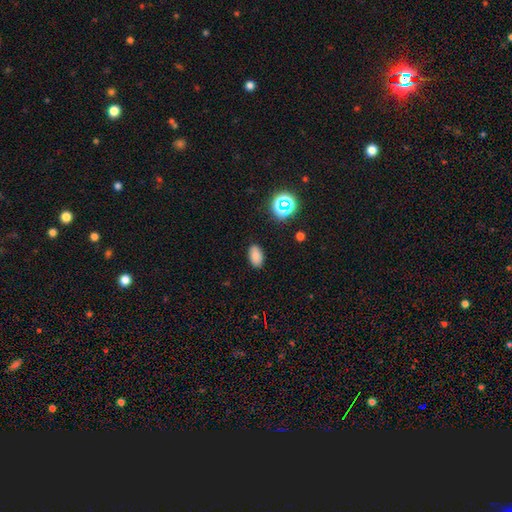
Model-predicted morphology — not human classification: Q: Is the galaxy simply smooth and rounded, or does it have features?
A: smooth — 81%.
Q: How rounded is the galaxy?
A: in between — 92%.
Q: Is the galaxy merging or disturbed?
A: none — 87%.